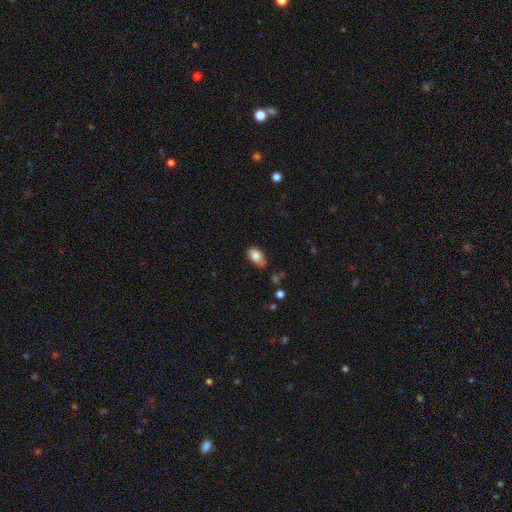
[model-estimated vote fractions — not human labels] A smooth galaxy with no disk features (82%) that is in between round and cigar-shaped (92%). Merging: none (54%).